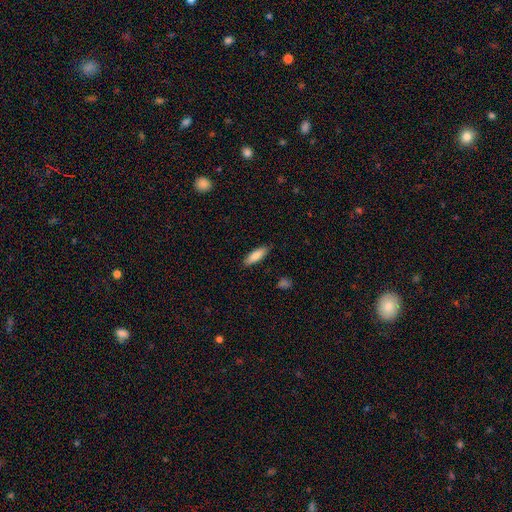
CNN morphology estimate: Smooth or featured? smooth (85%)
How rounded? in between (52%)
Merging? none (86%)